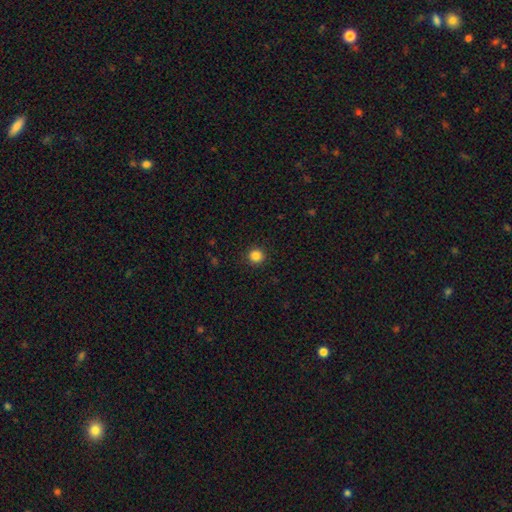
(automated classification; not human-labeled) smooth-or-featured: smooth: 85% | star or artifact: 12% | featured or disk: 4%
  how-rounded: round: 95% | in between: 4% | cigar-shaped: 1%
  merging: none: 92% | minor disturbance: 5% | major disturbance: 2% | merger: 1%